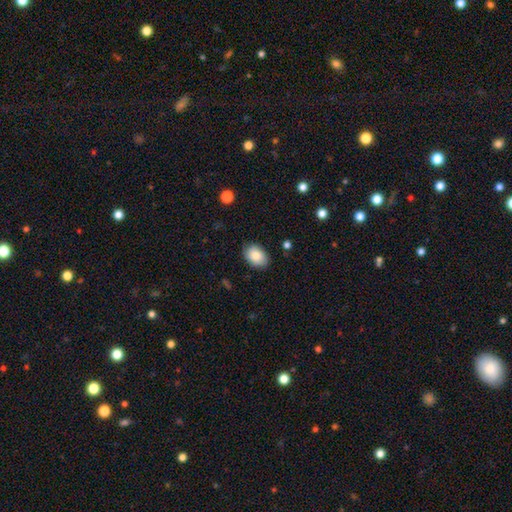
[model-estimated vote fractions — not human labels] The model was most divided on "how rounded": in between: 81%, round: 18%, cigar-shaped: 1%. More confident: smooth or featured — smooth (84%); merging — none (83%).